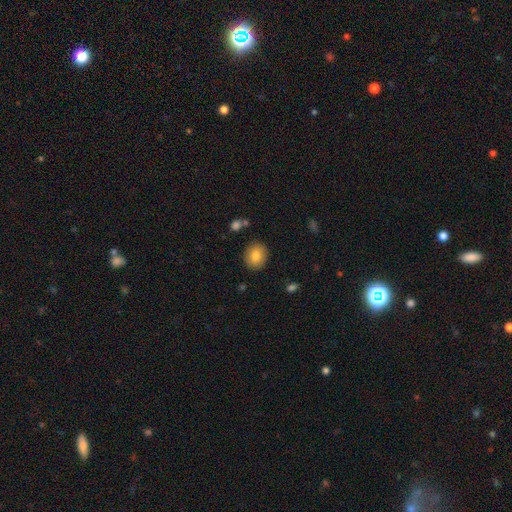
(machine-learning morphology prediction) Overall: smooth (81%). How rounded: round (69%; in between 30%). Merging: none (88%).